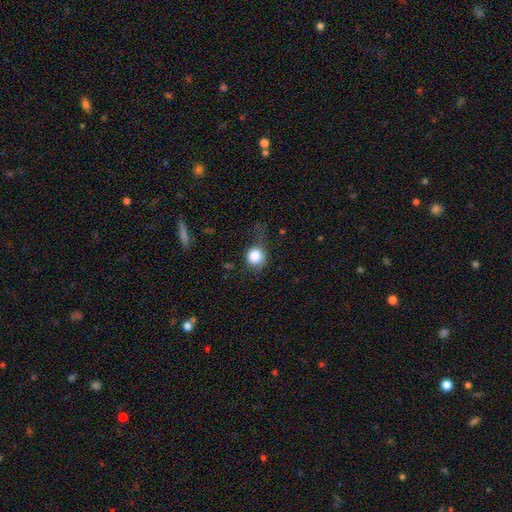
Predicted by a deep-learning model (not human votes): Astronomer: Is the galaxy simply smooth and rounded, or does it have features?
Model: smooth — 82%.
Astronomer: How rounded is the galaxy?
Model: round — 85%.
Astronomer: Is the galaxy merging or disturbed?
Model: none — 49% (runner-up: minor disturbance, 28%).